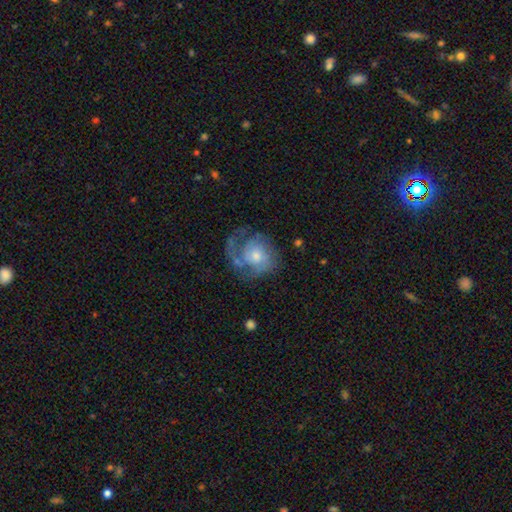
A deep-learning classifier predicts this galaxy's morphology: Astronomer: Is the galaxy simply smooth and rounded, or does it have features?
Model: featured or disk — 74%.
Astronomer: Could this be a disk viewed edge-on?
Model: no — 98%.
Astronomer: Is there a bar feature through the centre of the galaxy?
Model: no — 75%.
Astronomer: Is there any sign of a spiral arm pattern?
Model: yes — 88%.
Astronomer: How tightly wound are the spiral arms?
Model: tight — 44% (runner-up: medium, 39%).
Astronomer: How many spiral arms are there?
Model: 2 — 35% (runner-up: 1, 30%).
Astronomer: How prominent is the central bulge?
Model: moderate — 47% (runner-up: small, 41%).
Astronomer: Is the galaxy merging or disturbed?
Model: none — 56%.